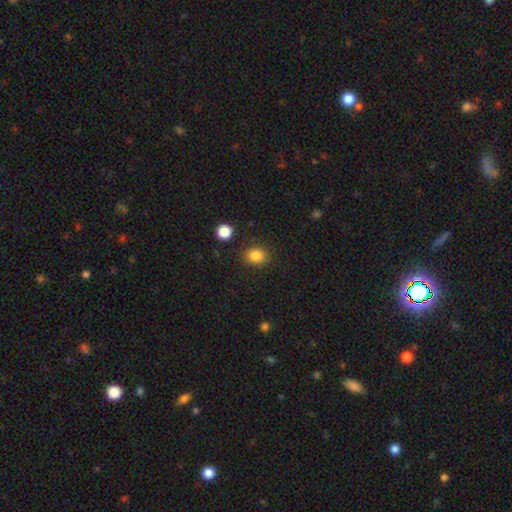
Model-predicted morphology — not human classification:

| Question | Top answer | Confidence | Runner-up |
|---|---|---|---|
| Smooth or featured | smooth | 84% | star or artifact (11%) |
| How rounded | round | 58% | in between (41%) |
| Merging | none | 83% | minor disturbance (11%) |